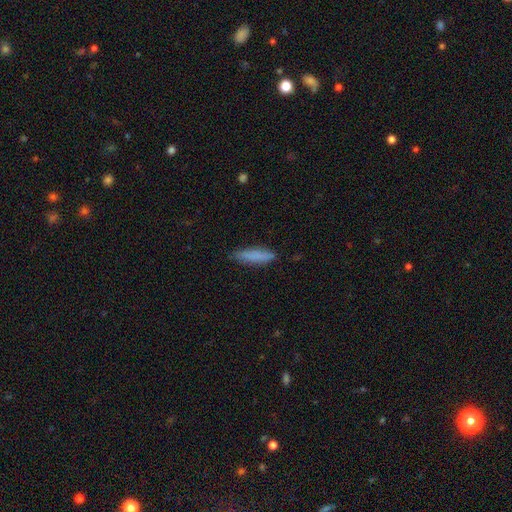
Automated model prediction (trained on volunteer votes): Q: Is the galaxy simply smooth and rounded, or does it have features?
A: smooth — 83%.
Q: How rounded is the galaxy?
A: cigar-shaped — 75%.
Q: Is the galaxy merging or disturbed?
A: none — 82%.